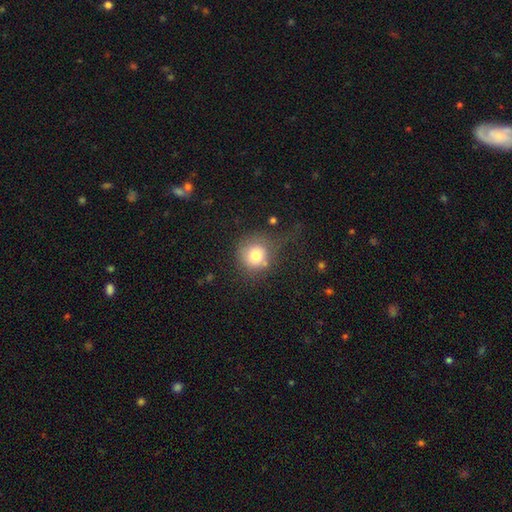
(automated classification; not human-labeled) Overall: smooth (77%). How rounded: round (88%). Merging: none (51%; minor disturbance 23%).